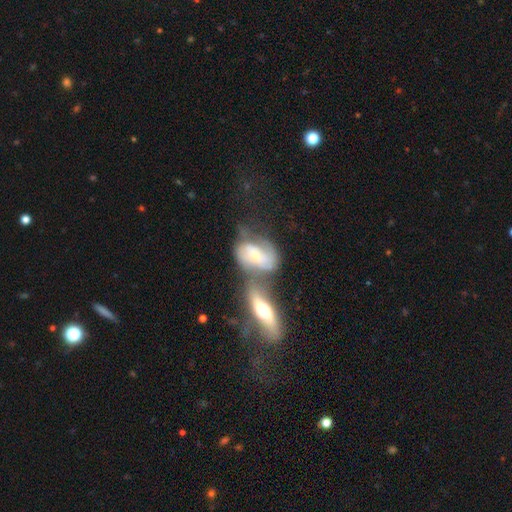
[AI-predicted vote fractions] featured or disk 63%, smooth 30%, star or artifact 7%. Down the decision tree: edge-on disk — no (90%); bar — no (44%); spiral arms — yes (83%); bulge size — moderate (43%); merging — merger (56%).